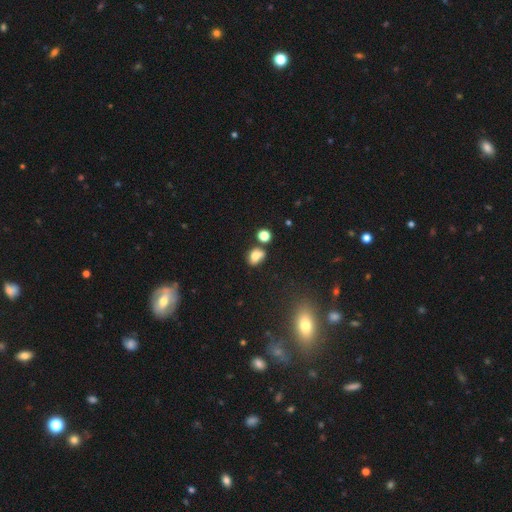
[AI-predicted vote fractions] Smooth or featured?
  - smooth: 71% *
  - featured or disk: 16%
  - star or artifact: 13%
How rounded?
  - in between: 62% *
  - round: 36%
  - cigar-shaped: 2%
Merging?
  - none: 48% *
  - merger: 26%
  - minor disturbance: 19%
  - major disturbance: 7%